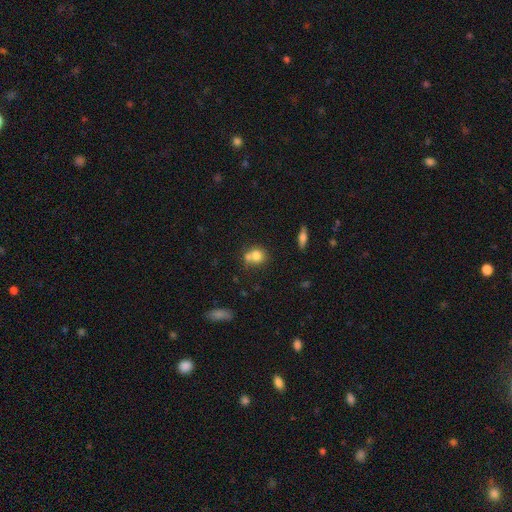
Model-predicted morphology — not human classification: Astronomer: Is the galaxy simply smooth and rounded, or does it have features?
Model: smooth — 76%.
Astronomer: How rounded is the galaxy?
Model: round — 74%.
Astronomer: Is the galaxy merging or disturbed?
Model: merger — 44% (runner-up: none, 40%).